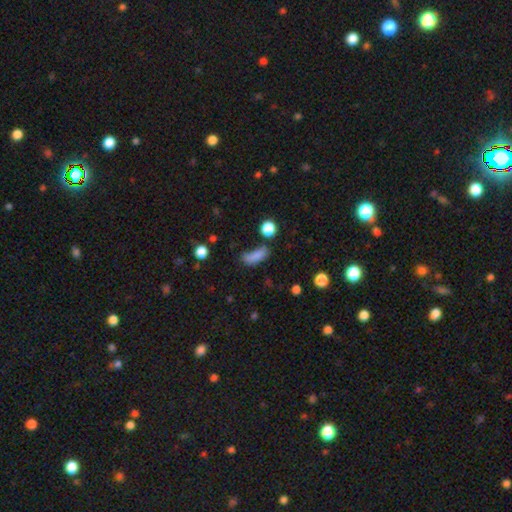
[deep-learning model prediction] Morphology: type=smooth (79%); roundness=in between (71%); merging=none (43%).